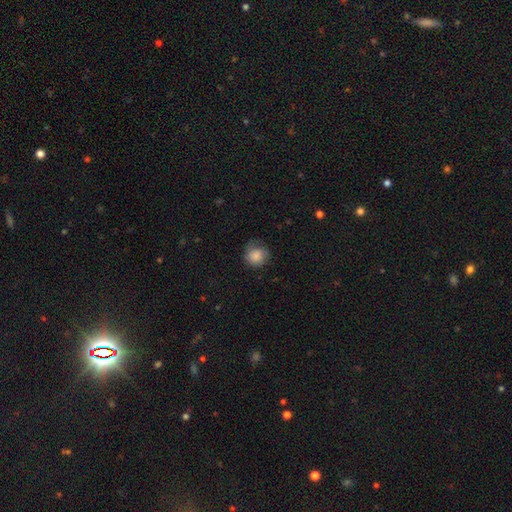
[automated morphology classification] smooth-or-featured: smooth: 81% | featured or disk: 11% | star or artifact: 8%
  how-rounded: round: 85% | in between: 14% | cigar-shaped: 1%
  merging: none: 61% | minor disturbance: 27% | major disturbance: 11% | merger: 1%